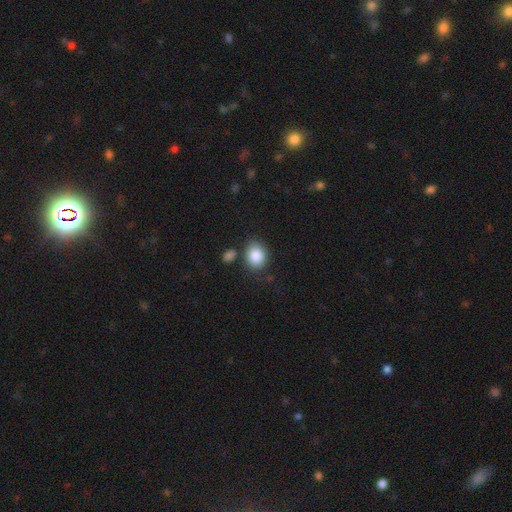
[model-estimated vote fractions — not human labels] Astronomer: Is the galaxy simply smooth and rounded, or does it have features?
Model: smooth — 86%.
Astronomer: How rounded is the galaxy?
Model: in between — 51% (runner-up: round, 48%).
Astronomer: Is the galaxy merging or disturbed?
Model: none — 73%.